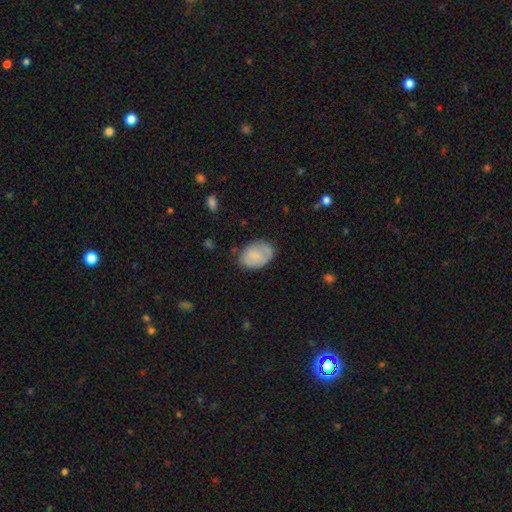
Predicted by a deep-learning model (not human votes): Smooth or featured: smooth — 72% (featured or disk — 21%)
How rounded: in between — 83% (round — 15%)
Merging: none — 71% (minor disturbance — 22%)